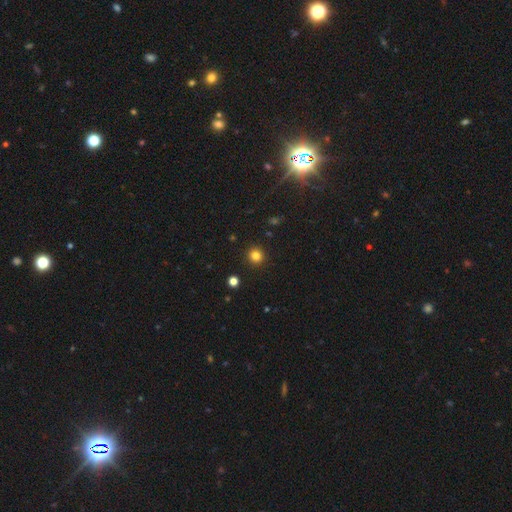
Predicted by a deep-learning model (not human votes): Overall: smooth (82%). How rounded: round (94%). Merging: none (93%).